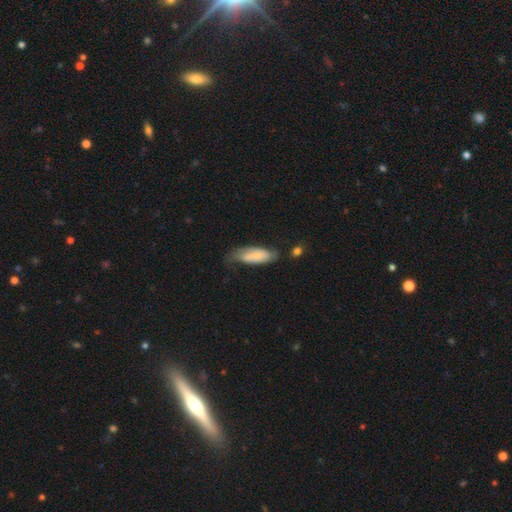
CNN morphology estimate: A smooth galaxy with no disk features (66%) that is in between round and cigar-shaped (70%).

Vote fractions:
- Smooth or featured? smooth: 66% / featured or disk: 28% / star or artifact: 6%
- How rounded? in between: 70% / cigar-shaped: 28% / round: 2%
- Merging? none: 44% / minor disturbance: 36% / major disturbance: 15% / merger: 5%